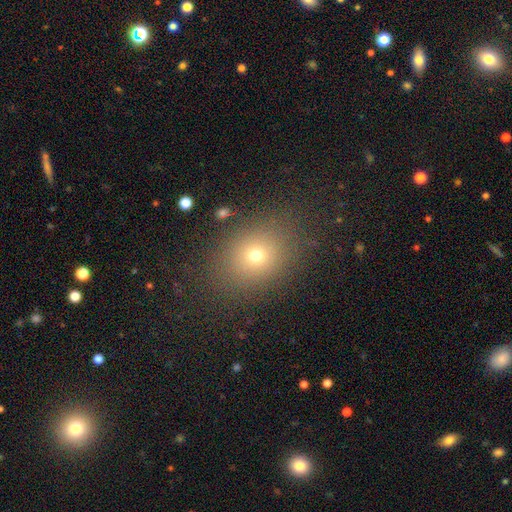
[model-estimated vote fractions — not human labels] Q: Smooth or featured?
A: smooth (69%); runner-up: star or artifact (19%)
Q: How rounded?
A: round (53%); runner-up: in between (46%)
Q: Merging?
A: none (83%); runner-up: minor disturbance (10%)